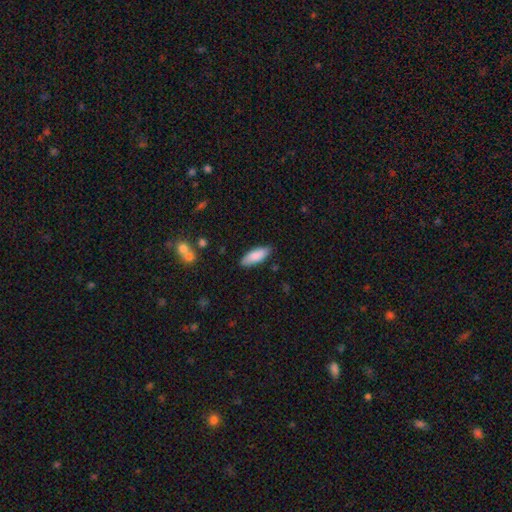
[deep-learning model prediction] smooth_or_featured: smooth (p=0.86) [alt: featured or disk p=0.08]
how_rounded: in between (p=0.69) [alt: cigar-shaped p=0.29]
merging: none (p=0.84) [alt: minor disturbance p=0.12]